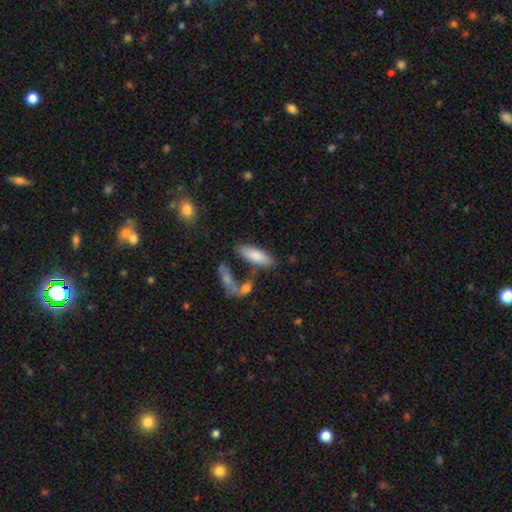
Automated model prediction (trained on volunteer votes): Smooth or featured? smooth (80%)
How rounded? in between (64%)
Merging? none (61%)